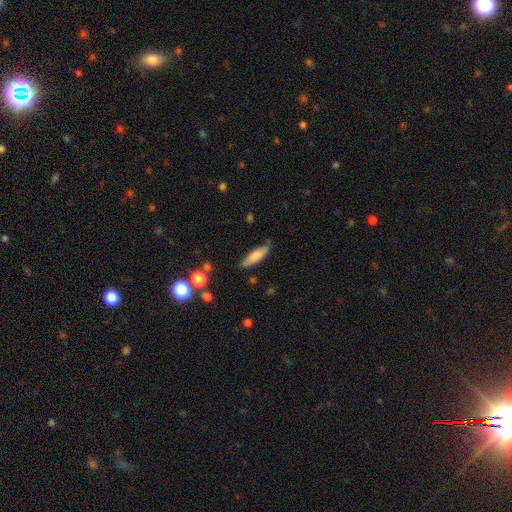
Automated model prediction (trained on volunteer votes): Smooth or featured?
  - smooth: 74% *
  - featured or disk: 20%
  - star or artifact: 6%
How rounded?
  - cigar-shaped: 62% *
  - in between: 36%
  - round: 2%
Merging?
  - none: 81% *
  - minor disturbance: 14%
  - major disturbance: 3%
  - merger: 2%